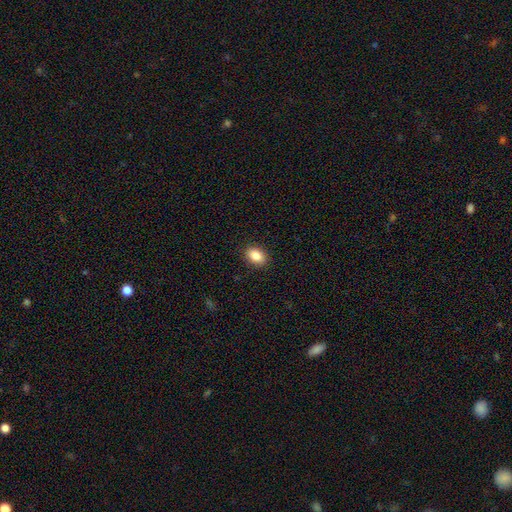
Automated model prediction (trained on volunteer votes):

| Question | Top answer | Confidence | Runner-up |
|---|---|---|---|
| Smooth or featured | smooth | 86% | star or artifact (8%) |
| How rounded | in between | 80% | round (19%) |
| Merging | none | 90% | minor disturbance (7%) |